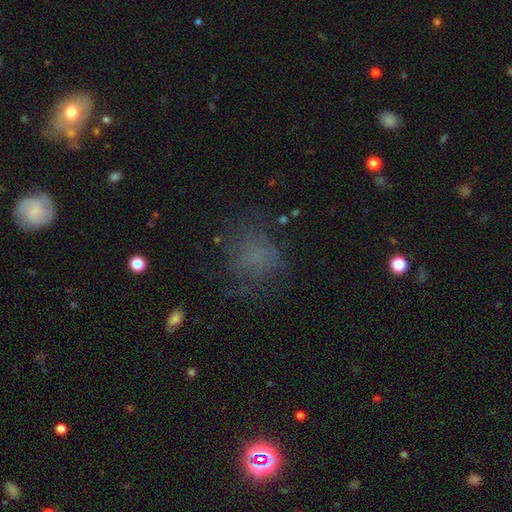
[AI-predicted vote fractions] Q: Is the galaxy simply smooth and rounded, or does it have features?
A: smooth — 57%.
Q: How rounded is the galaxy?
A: round — 72%.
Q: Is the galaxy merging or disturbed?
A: none — 63%.